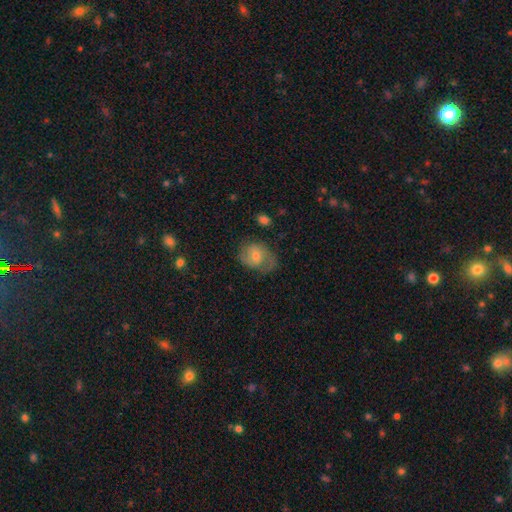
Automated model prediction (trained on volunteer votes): This appears to be a featured or disk galaxy (51%). Merging: none (59%).